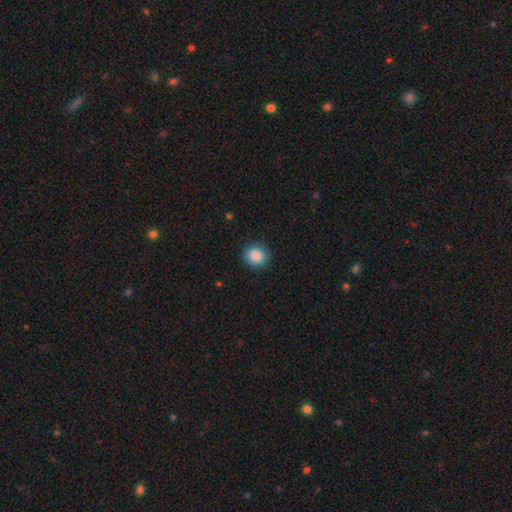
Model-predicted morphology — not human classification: Smooth or featured? smooth (88%)
How rounded? round (81%)
Merging? none (86%)